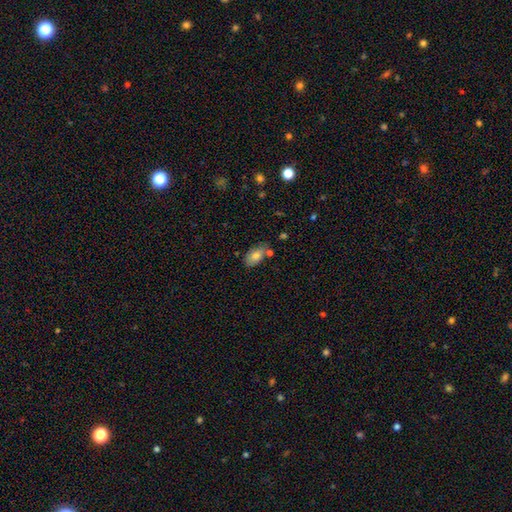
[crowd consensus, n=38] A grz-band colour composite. It shows a smooth galaxy with no disk features (92%) that is in between round and cigar-shaped (97%). Merging: none (53%).